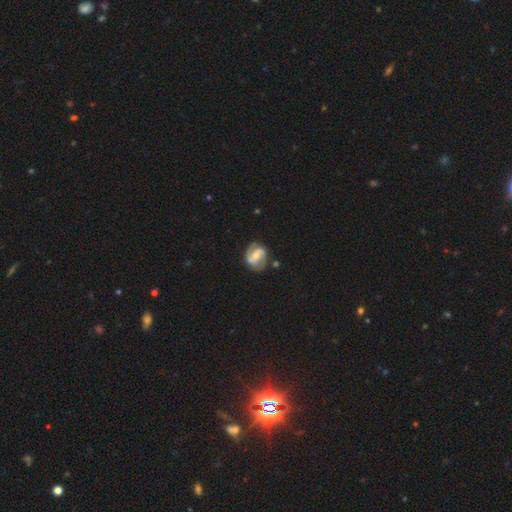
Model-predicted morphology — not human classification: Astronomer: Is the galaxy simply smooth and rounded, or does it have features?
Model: featured or disk — 78%.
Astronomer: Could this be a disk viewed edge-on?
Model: no — 98%.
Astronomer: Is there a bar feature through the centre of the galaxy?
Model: weak — 45% (runner-up: strong, 30%).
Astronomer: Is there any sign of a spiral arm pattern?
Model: yes — 92%.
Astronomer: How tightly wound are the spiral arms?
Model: medium — 48% (runner-up: tight, 33%).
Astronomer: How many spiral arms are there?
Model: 2 — 87%.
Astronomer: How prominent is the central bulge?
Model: moderate — 50% (runner-up: small, 40%).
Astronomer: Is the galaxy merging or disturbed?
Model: none — 75%.